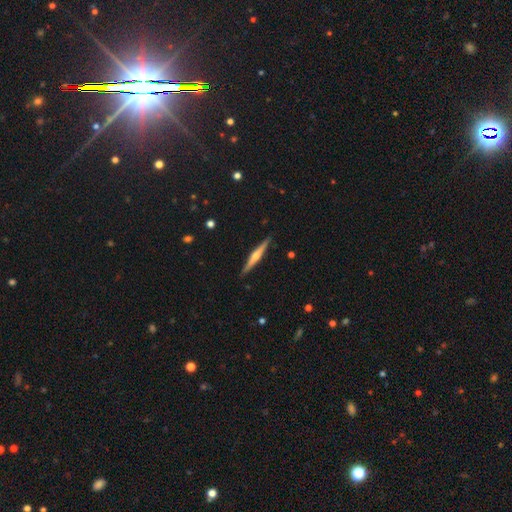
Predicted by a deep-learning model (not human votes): A featured or disk galaxy (67%) viewed edge-on (98%) with a rounded central bulge (82%). Merging: none (90%).